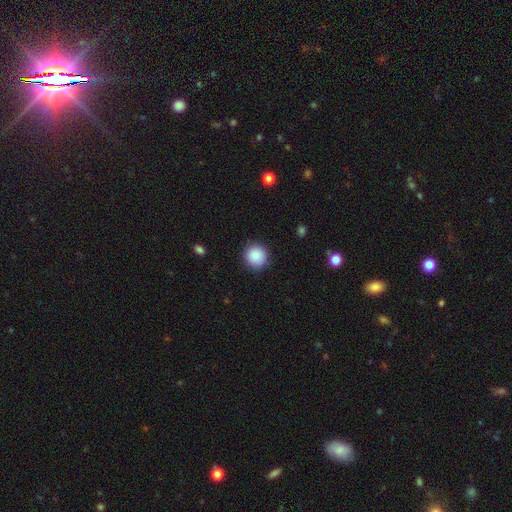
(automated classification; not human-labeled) This appears to be a smooth galaxy with no disk features (88%) that is round (94%). Merging: none (89%).